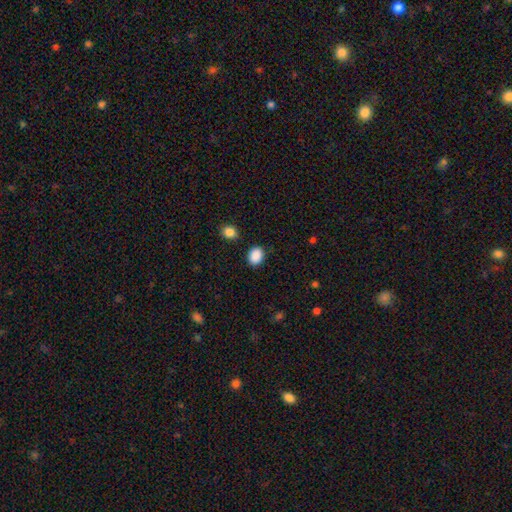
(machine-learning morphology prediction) Smooth or featured: smooth — 89% (star or artifact — 8%)
How rounded: in between — 53% (round — 46%)
Merging: none — 87% (minor disturbance — 9%)